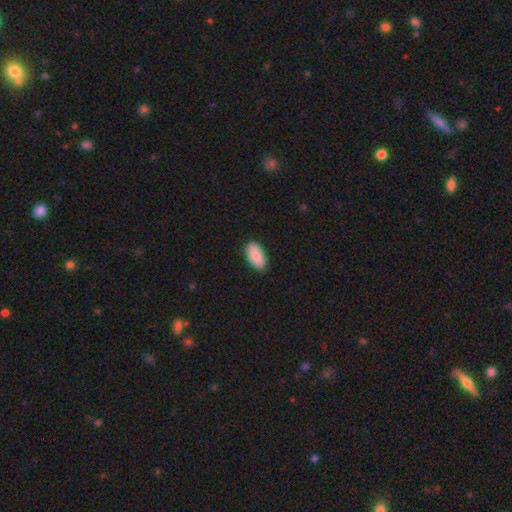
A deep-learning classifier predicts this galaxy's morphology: Smooth or featured: smooth — 89% (star or artifact — 6%)
How rounded: in between — 94% (cigar-shaped — 4%)
Merging: none — 86% (minor disturbance — 11%)